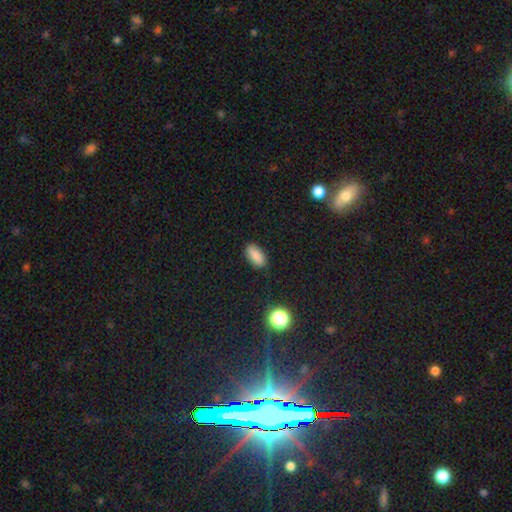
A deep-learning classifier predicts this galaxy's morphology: Smooth or featured: smooth — 84% (star or artifact — 10%)
How rounded: in between — 85% (cigar-shaped — 11%)
Merging: none — 86% (minor disturbance — 10%)